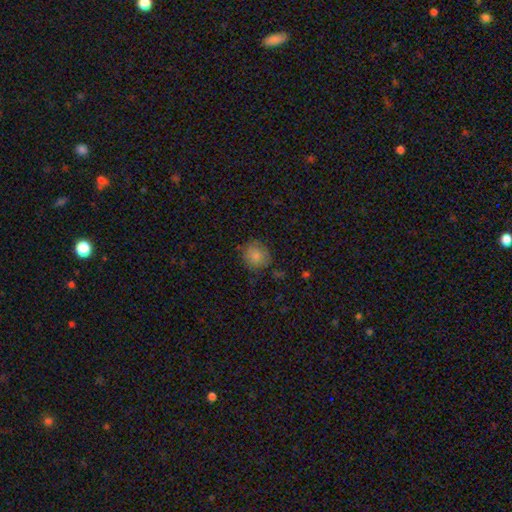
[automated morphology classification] Smooth or featured? smooth (81%)
How rounded? round (83%)
Merging? none (73%)